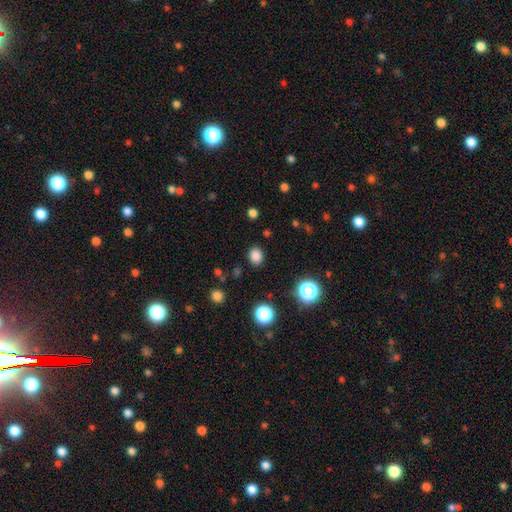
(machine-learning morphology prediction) Overall: smooth (82%). How rounded: round (60%; in between 39%). Merging: none (87%).